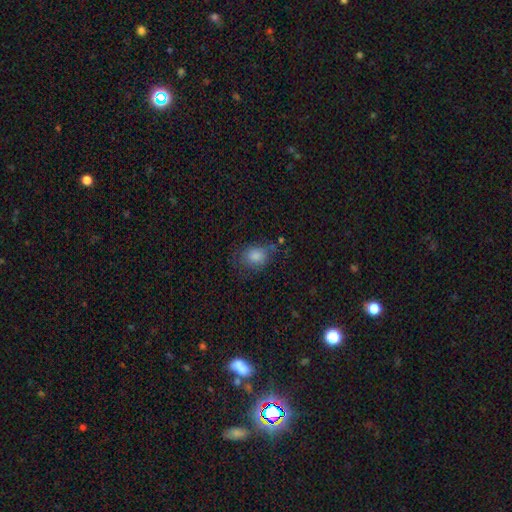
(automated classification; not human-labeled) Q: Smooth or featured?
A: smooth (82%); runner-up: star or artifact (10%)
Q: How rounded?
A: in between (60%); runner-up: round (38%)
Q: Merging?
A: none (58%); runner-up: minor disturbance (27%)